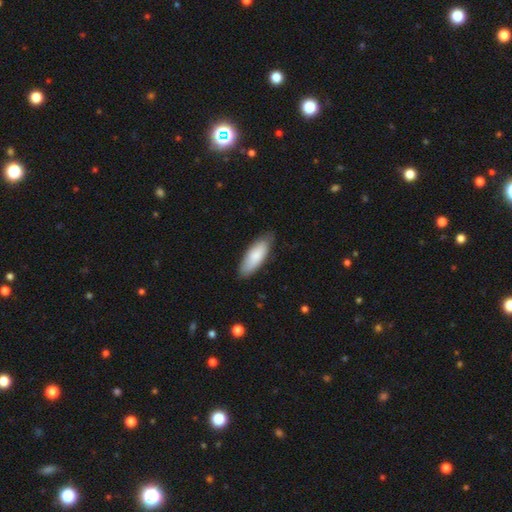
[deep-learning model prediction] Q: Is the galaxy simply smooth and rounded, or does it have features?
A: smooth — 82%.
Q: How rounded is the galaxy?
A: in between — 69%.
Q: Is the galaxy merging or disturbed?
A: none — 80%.